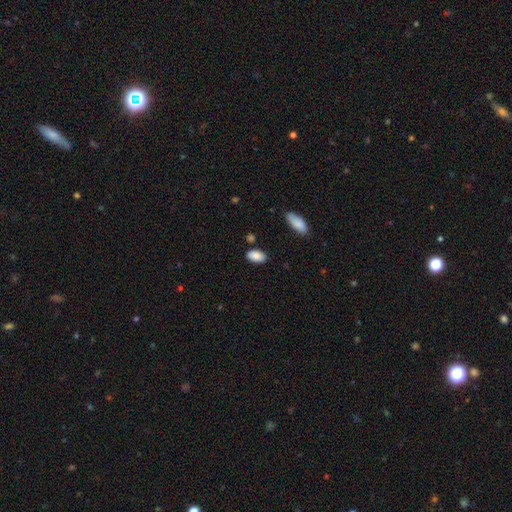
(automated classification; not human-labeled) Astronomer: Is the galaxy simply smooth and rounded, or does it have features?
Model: smooth — 88%.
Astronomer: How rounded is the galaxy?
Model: in between — 94%.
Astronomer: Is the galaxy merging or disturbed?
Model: none — 82%.